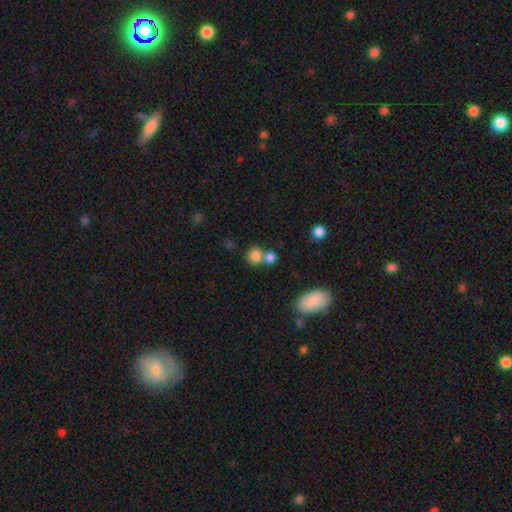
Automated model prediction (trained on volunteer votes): This is clearly a smooth galaxy (81%). How rounded: likely round (78%). Merging: possibly none (50%).